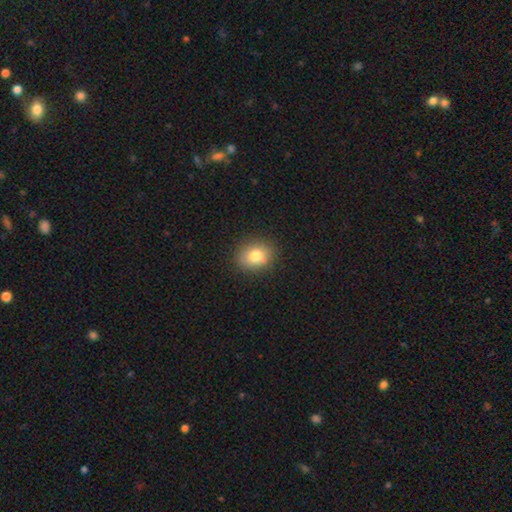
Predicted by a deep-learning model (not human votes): The model was most divided on "how rounded": round: 54%, in between: 45%, cigar-shaped: 1%. More confident: merging — none (87%); smooth or featured — smooth (79%).